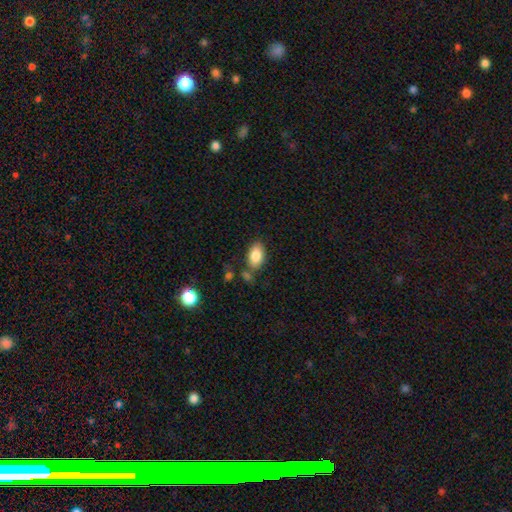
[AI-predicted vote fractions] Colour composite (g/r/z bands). It shows a smooth galaxy with no disk features (86%) that is in between round and cigar-shaped (92%). Merging: none (72%).